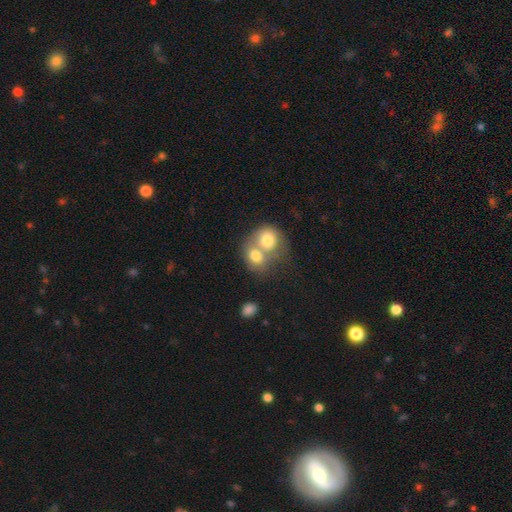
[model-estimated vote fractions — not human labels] Smooth or featured: smooth — 72% (featured or disk — 20%)
How rounded: round — 59% (in between — 40%)
Merging: merger — 71% (none — 18%)